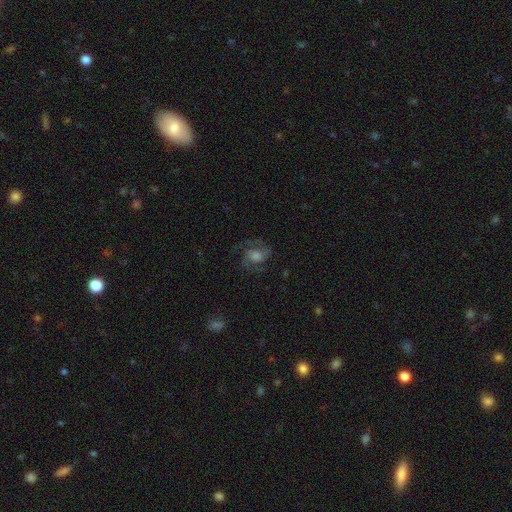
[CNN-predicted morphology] The model was most divided on "bulge size": moderate: 41%, large: 25%, small: 20%, none: 10%, dominant: 3%. Remaining: edge-on disk — no (98%); spiral arms — yes (95%); smooth or featured — featured or disk (77%); merging — none (73%); bar — no (56%); spiral winding — medium (55%); spiral arm count — 2 (50%).